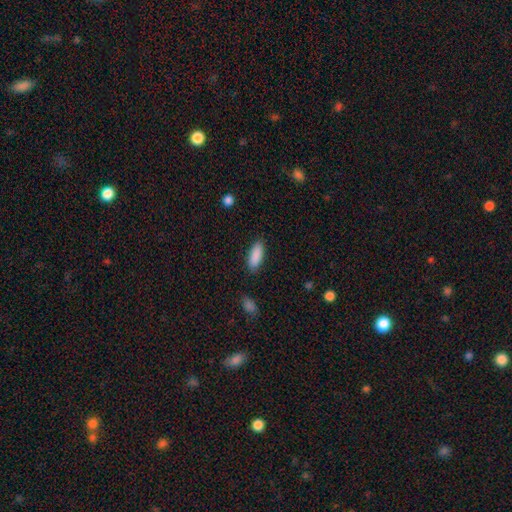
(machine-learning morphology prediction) This is clearly a smooth galaxy (89%). How rounded: likely in between (72%). Merging: clearly none (85%).